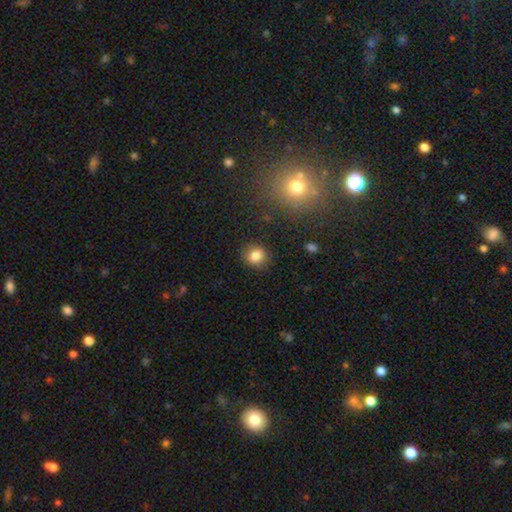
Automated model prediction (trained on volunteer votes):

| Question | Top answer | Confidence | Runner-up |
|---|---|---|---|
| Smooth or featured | smooth | 83% | star or artifact (11%) |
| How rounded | round | 76% | in between (23%) |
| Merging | none | 88% | minor disturbance (8%) |